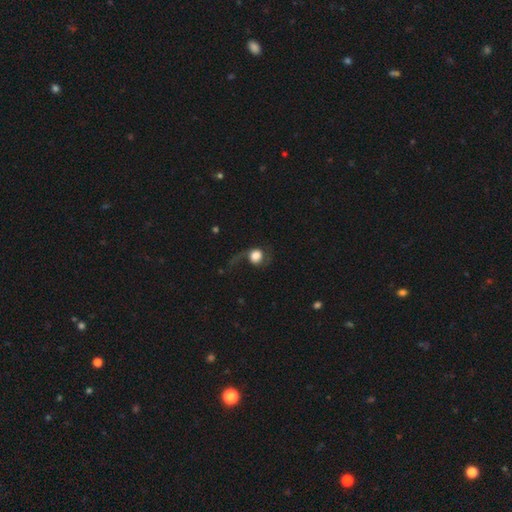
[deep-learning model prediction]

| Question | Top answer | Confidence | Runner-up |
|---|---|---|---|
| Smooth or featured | smooth | 57% | featured or disk (33%) |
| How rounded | round | 75% | in between (24%) |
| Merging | major disturbance | 44% | none (34%) |